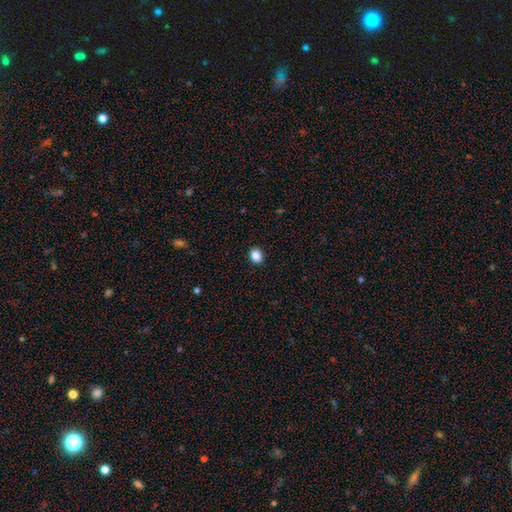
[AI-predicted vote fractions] smooth_or_featured: smooth (p=0.86) [alt: star or artifact p=0.10]
how_rounded: round (p=0.55) [alt: in between p=0.45]
merging: none (p=0.91) [alt: minor disturbance p=0.06]